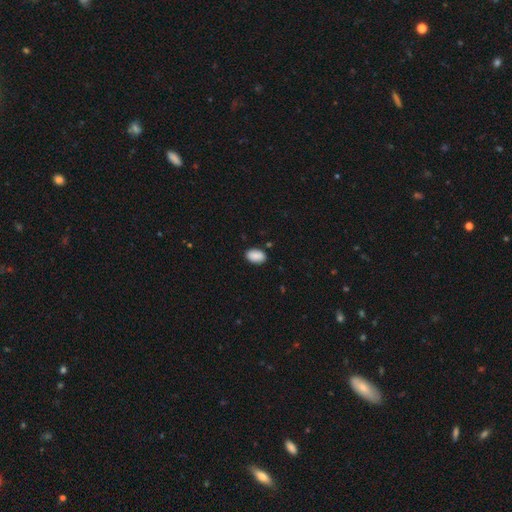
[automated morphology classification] smooth-or-featured: smooth: 89% | star or artifact: 7% | featured or disk: 4%
  how-rounded: in between: 91% | round: 8% | cigar-shaped: 1%
  merging: none: 86% | minor disturbance: 11% | major disturbance: 2% | merger: 2%